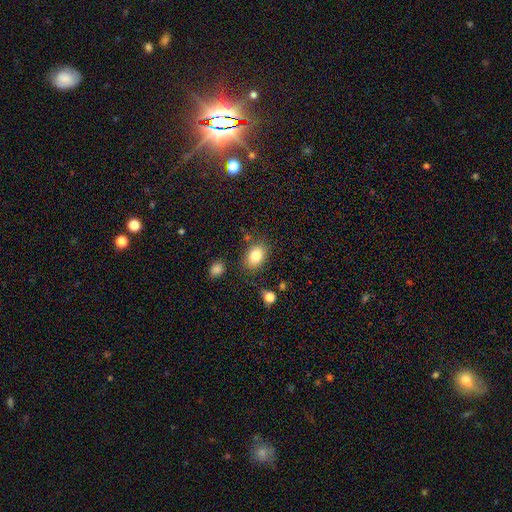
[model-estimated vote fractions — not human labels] The model was most divided on "how rounded": in between: 77%, round: 22%, cigar-shaped: 1%. More confident: smooth or featured — smooth (83%); merging — none (78%).